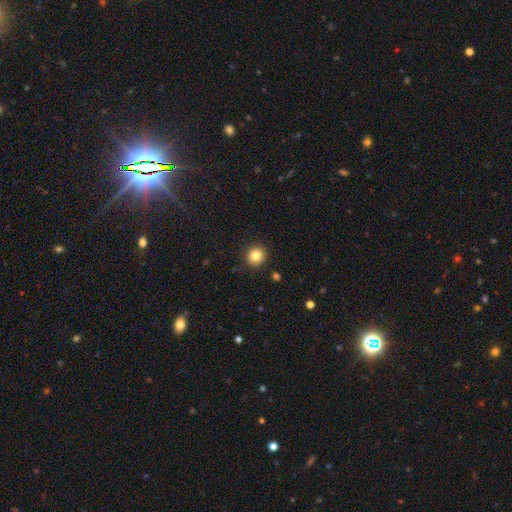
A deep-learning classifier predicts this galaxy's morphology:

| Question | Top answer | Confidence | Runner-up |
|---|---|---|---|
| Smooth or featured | smooth | 84% | star or artifact (11%) |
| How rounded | round | 91% | in between (9%) |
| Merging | none | 91% | minor disturbance (6%) |